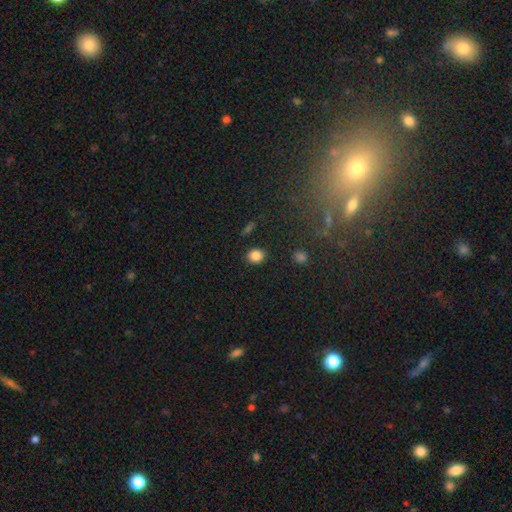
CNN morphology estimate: smooth-or-featured: smooth: 85% | star or artifact: 10% | featured or disk: 5%
  how-rounded: round: 68% | in between: 31% | cigar-shaped: 1%
  merging: none: 88% | minor disturbance: 8% | major disturbance: 2% | merger: 2%